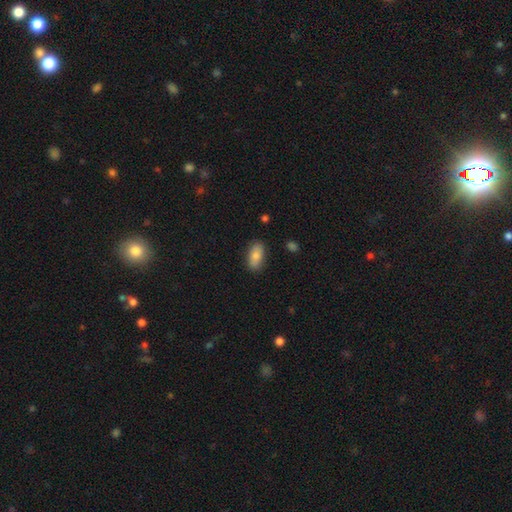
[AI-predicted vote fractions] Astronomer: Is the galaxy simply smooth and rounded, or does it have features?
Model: smooth — 82%.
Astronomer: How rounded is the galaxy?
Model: in between — 91%.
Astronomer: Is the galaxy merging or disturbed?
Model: none — 84%.